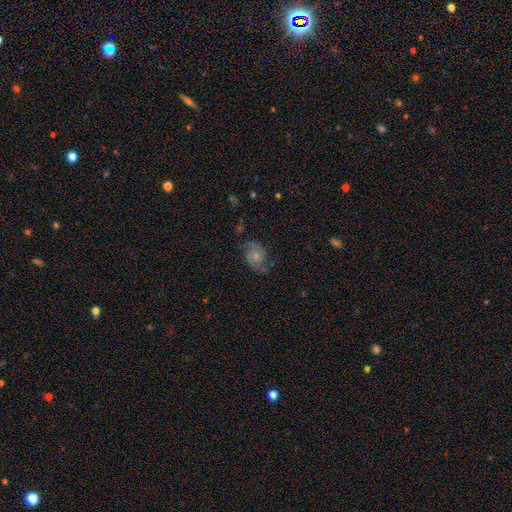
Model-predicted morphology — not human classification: smooth-or-featured: featured or disk: 61% | smooth: 30% | star or artifact: 9%
  disk-edge-on: no: 97% | yes: 3%
    bar: no: 70% | weak: 26% | strong: 4%
    has-spiral-arms: yes: 89% | no: 11%
      spiral-winding: medium: 45% | loose: 31% | tight: 24%
      spiral-arm-count: 2: 83% | can't tell: 9% | 1: 4% | 3: 2% | 4: 1% | more than 4: 1%
    bulge-size: small: 45% | moderate: 37% | none: 11% | large: 5% | dominant: 2%
  merging: none: 62% | minor disturbance: 24% | major disturbance: 12% | merger: 2%